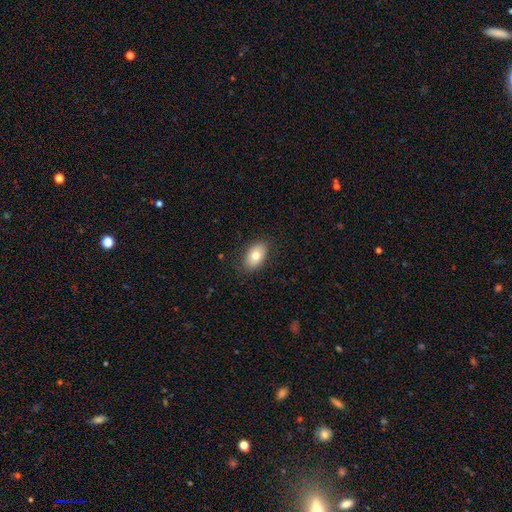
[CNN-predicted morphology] This is likely a smooth galaxy (77%). How rounded: clearly in between (89%). Merging: clearly none (86%).